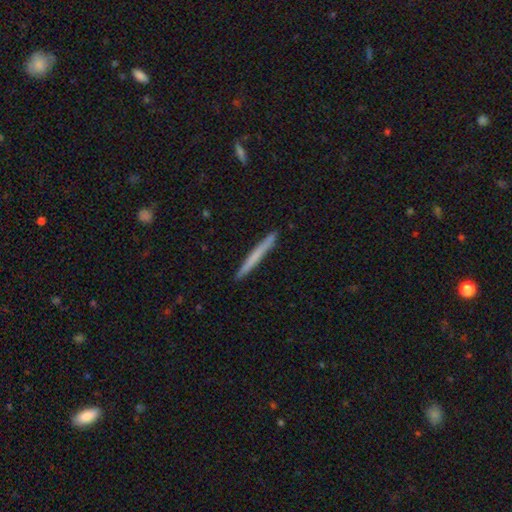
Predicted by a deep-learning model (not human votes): This appears to be a smooth galaxy with no disk features (58%) that is cigar-shaped (97%). Merging: none (92%).